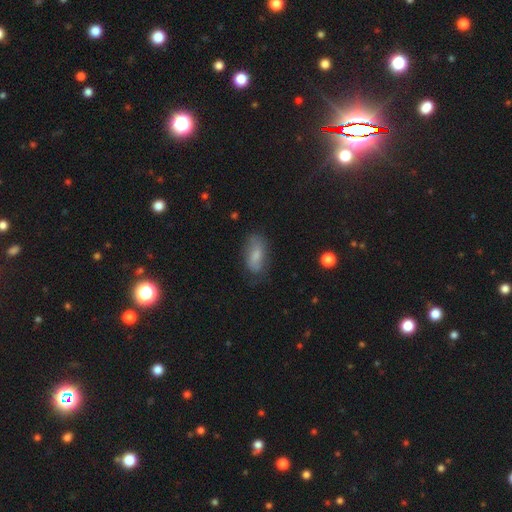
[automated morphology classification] A smooth galaxy with no disk features (68%) that is in between round and cigar-shaped (88%).

Vote fractions:
- Smooth or featured? smooth: 68% / featured or disk: 23% / star or artifact: 9%
- How rounded? in between: 88% / cigar-shaped: 8% / round: 4%
- Merging? none: 61% / minor disturbance: 27% / major disturbance: 10% / merger: 2%